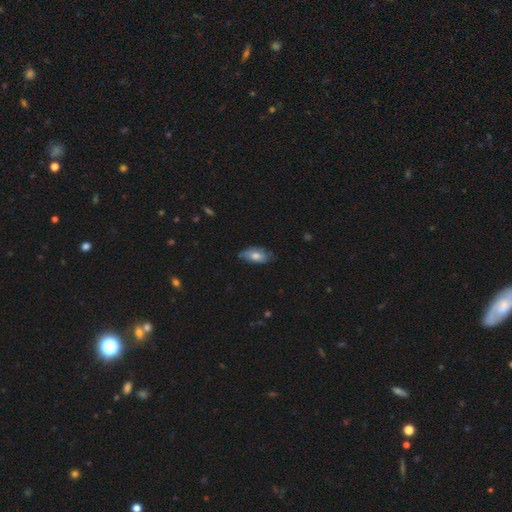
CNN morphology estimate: type=smooth (67%); roundness=in between (90%); merging=none (62%).